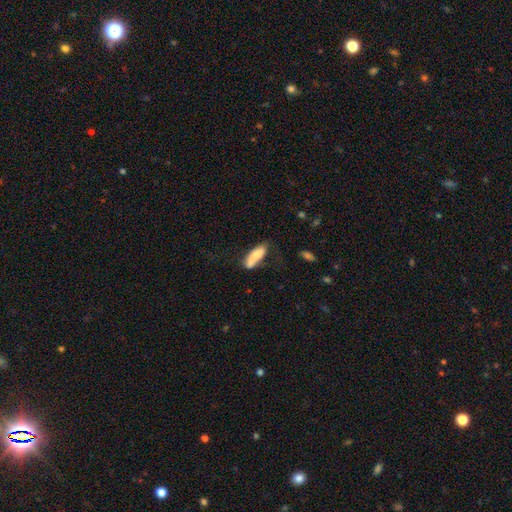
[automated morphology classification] type=smooth (74%); roundness=in between (58%); merging=none (46%).